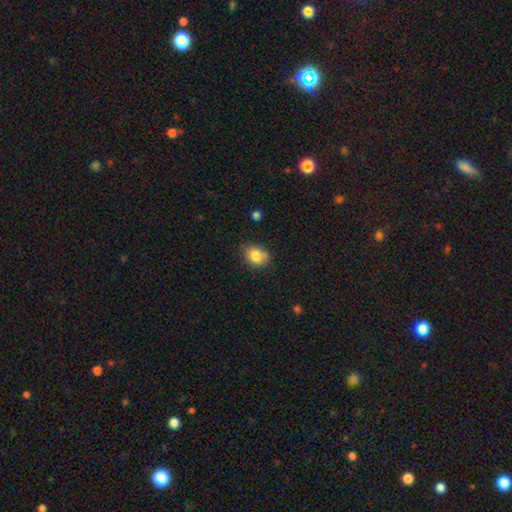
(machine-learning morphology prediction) A smooth galaxy with no disk features (83%) that is round (50%). Merging: none (73%).